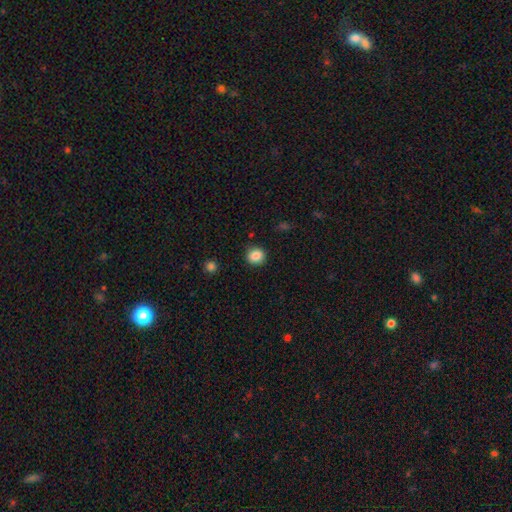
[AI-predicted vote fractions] A smooth galaxy with no disk features (86%) that is round (87%).

Vote fractions:
- Smooth or featured? smooth: 86% / star or artifact: 10% / featured or disk: 4%
- How rounded? round: 87% / in between: 12% / cigar-shaped: 1%
- Merging? none: 89% / minor disturbance: 7% / major disturbance: 2% / merger: 2%